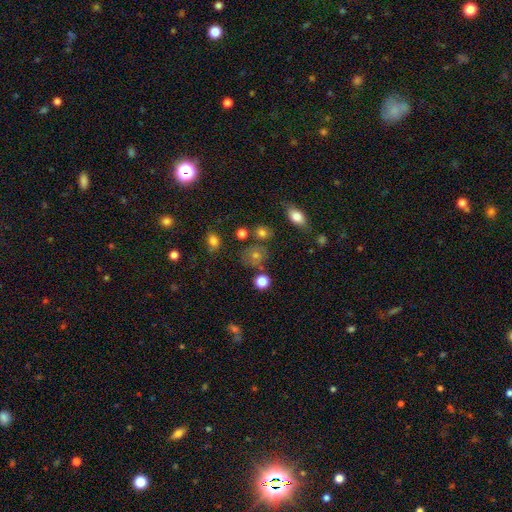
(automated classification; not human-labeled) smooth 68%, star or artifact 20%, featured or disk 12%. Down the decision tree: how rounded — round (71%); merging — none (69%).